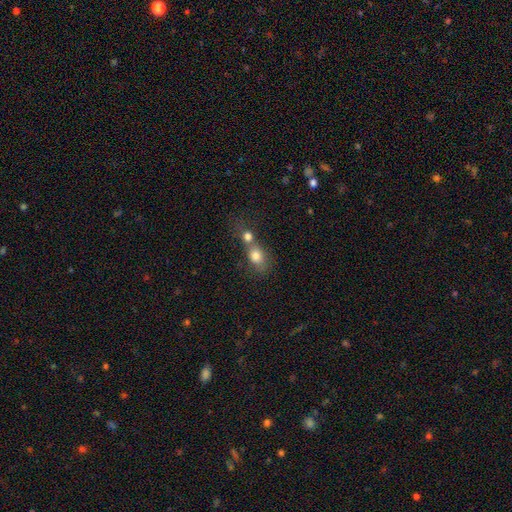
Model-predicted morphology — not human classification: Q: Smooth or featured?
A: smooth (78%); runner-up: featured or disk (12%)
Q: How rounded?
A: in between (54%); runner-up: round (43%)
Q: Merging?
A: merger (59%); runner-up: none (27%)